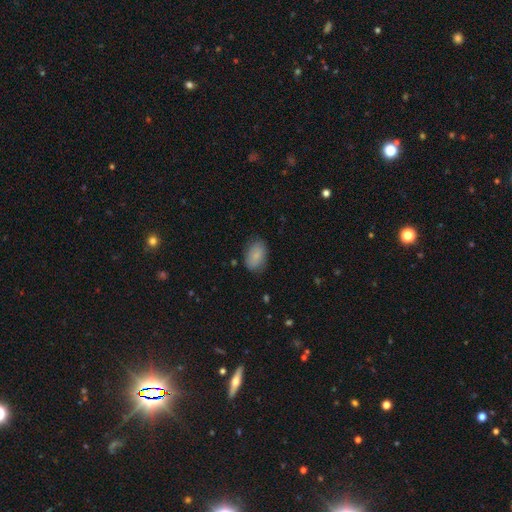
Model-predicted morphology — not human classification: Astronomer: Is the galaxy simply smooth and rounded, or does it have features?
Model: smooth — 85%.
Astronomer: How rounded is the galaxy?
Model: in between — 90%.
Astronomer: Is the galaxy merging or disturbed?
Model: none — 79%.